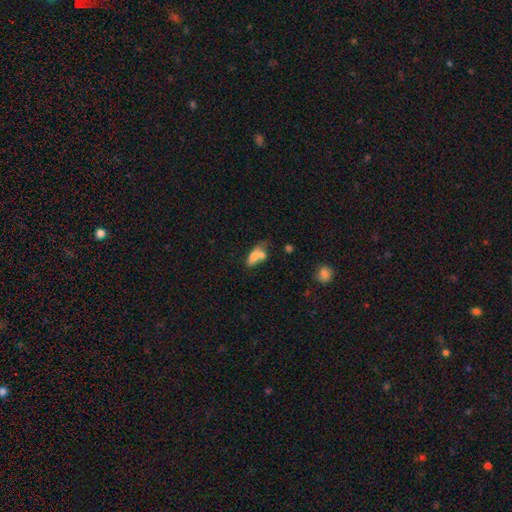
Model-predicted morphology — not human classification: A smooth galaxy with no disk features (70%) that is in between round and cigar-shaped (78%). Merging: merger (41%).